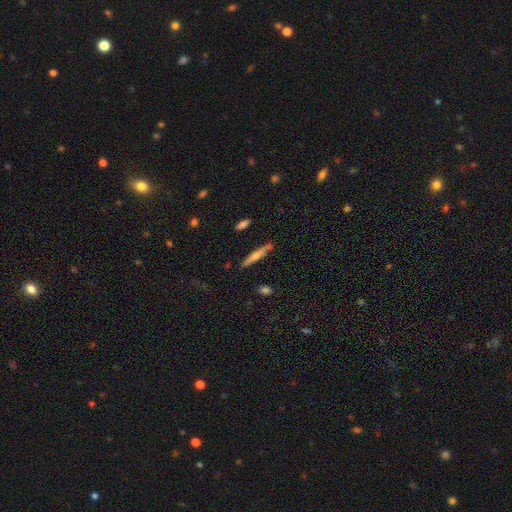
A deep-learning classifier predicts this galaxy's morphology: Q: Smooth or featured?
A: featured or disk (62%); runner-up: smooth (31%)
Q: Edge-on disk?
A: yes (96%); runner-up: no (4%)
Q: Edge-on bulge?
A: rounded (84%); runner-up: none (11%)
Q: Merging?
A: none (88%); runner-up: minor disturbance (8%)